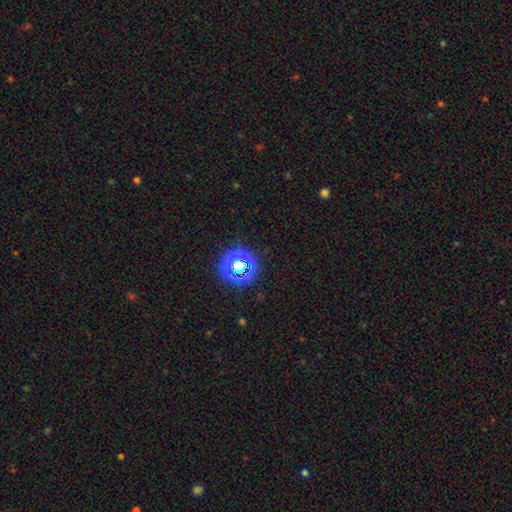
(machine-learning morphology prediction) Smooth or featured: star or artifact — 73% (smooth — 21%)